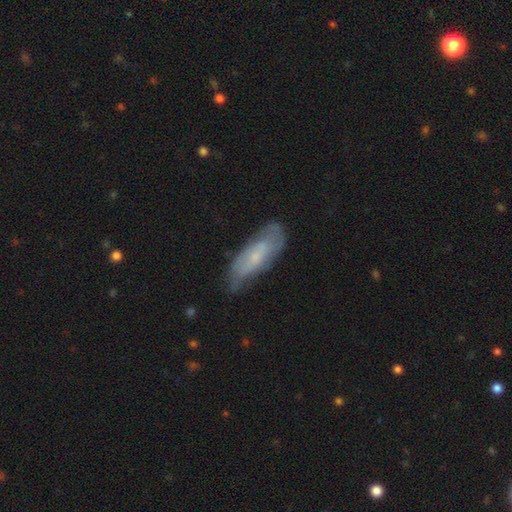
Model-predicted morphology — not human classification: A featured or disk galaxy (47%).

Vote fractions:
- Smooth or featured? featured or disk: 47% / smooth: 46% / star or artifact: 7%
- Merging? none: 61% / minor disturbance: 28% / major disturbance: 8% / merger: 2%